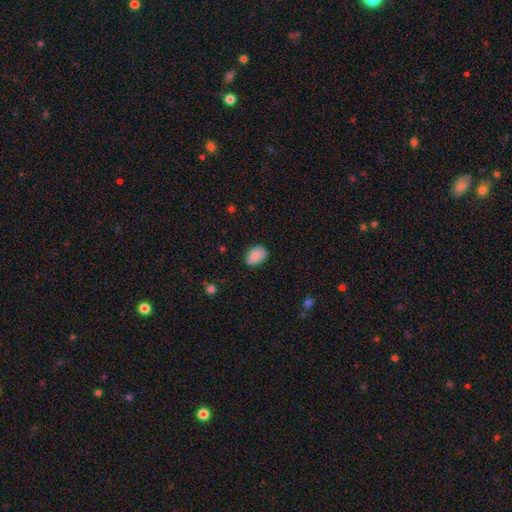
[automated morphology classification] Smooth or featured? Predicted: smooth (p=0.81). How rounded? Predicted: in between (p=0.77). Merging? Predicted: none (p=0.79).